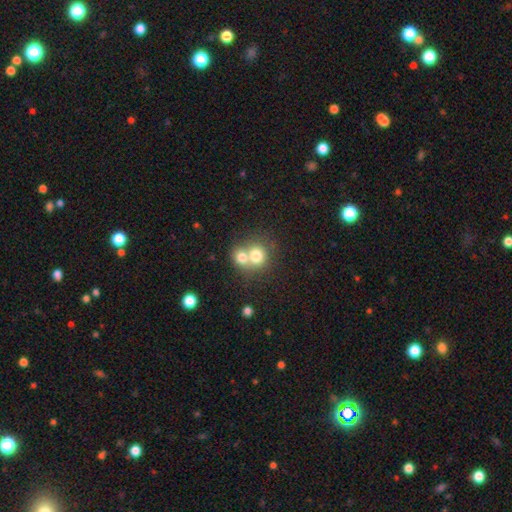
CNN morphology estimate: This appears to be a smooth galaxy with no disk features (73%) that is round (80%). Merging: merger (64%).